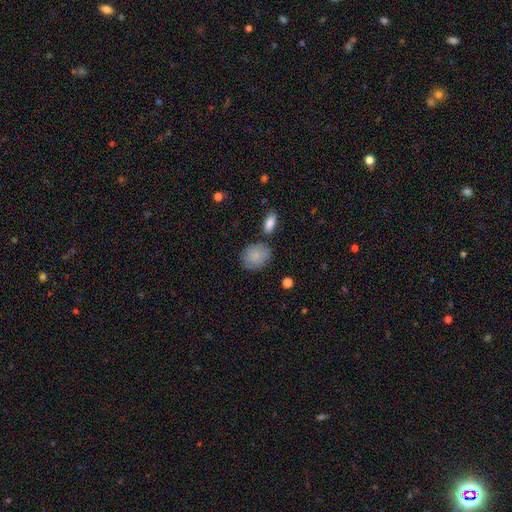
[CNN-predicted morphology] type=smooth (84%); roundness=round (59%); merging=none (76%).